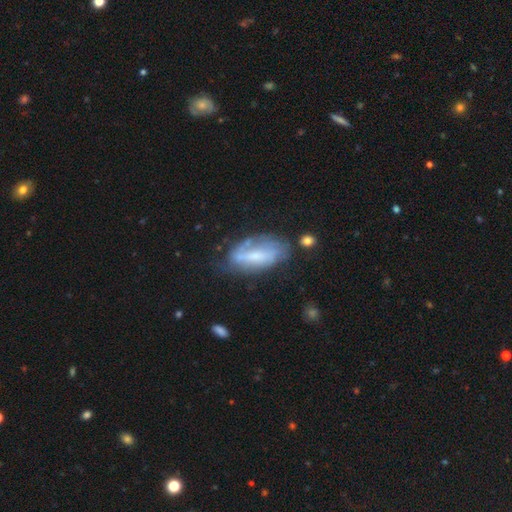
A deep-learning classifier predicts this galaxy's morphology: Overall: featured or disk (52%; smooth 40%). Edge-on disk: no (86%). Merging: none (50%; minor disturbance 28%).